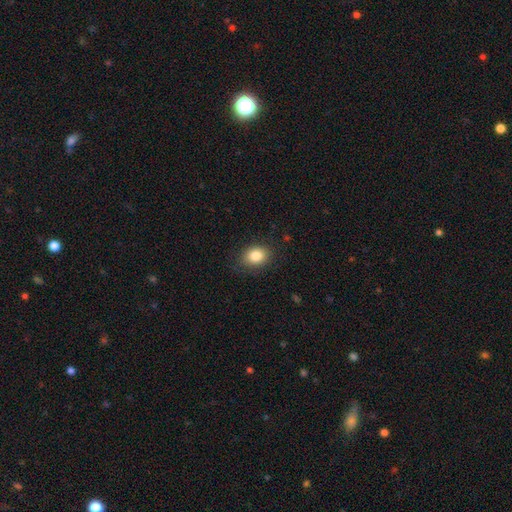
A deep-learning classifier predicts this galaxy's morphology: A smooth galaxy with no disk features (84%) that is in between round and cigar-shaped (63%). Merging: none (83%).